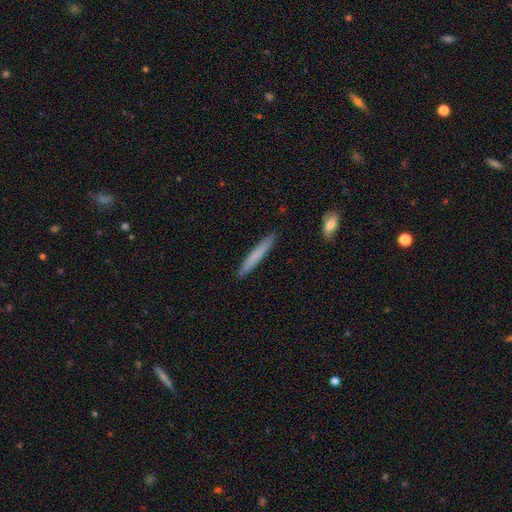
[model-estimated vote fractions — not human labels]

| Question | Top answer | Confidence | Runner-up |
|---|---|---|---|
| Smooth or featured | smooth | 72% | featured or disk (22%) |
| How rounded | cigar-shaped | 96% | in between (3%) |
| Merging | none | 91% | minor disturbance (7%) |